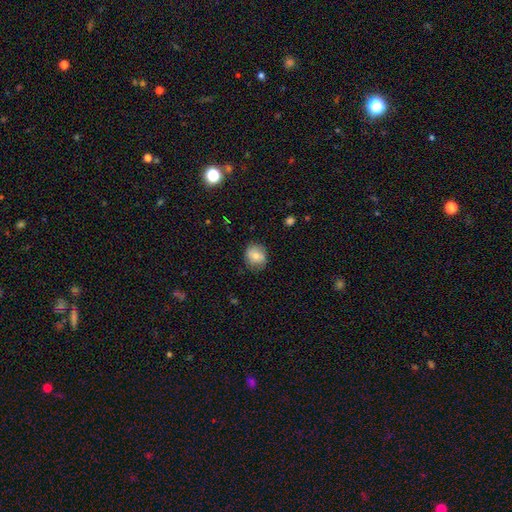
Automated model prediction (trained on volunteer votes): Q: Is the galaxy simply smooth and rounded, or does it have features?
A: smooth — 74%.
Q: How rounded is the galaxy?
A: round — 78%.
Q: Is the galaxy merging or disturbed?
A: none — 79%.